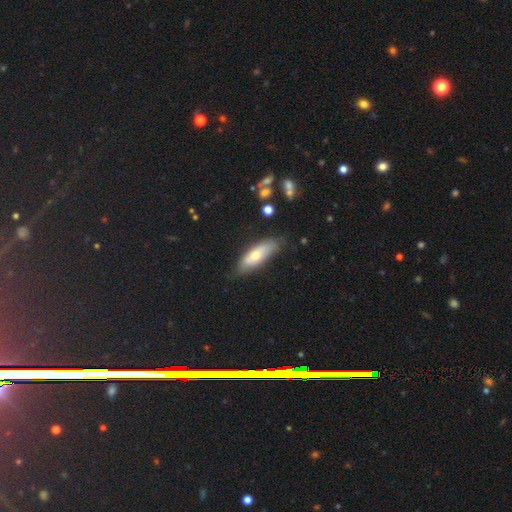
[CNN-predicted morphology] The model was most divided on "how rounded": in between: 58%, cigar-shaped: 39%, round: 2%. More confident: merging — none (76%); smooth or featured — smooth (60%).